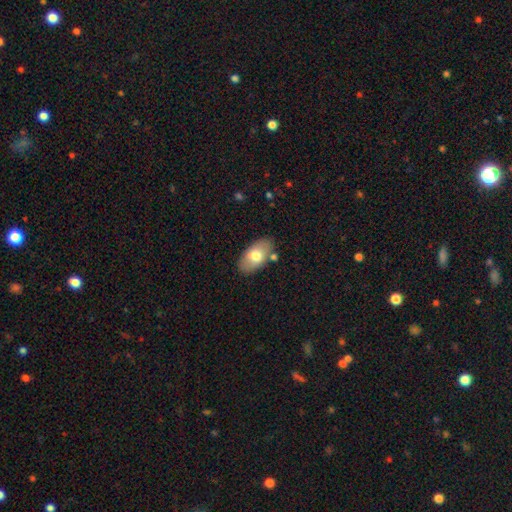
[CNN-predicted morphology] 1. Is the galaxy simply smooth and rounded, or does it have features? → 70% smooth, 23% featured or disk, 6% star or artifact.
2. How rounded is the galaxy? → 94% in between, 4% round, 2% cigar-shaped.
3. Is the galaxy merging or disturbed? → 81% none, 12% minor disturbance, 4% merger, 3% major disturbance.